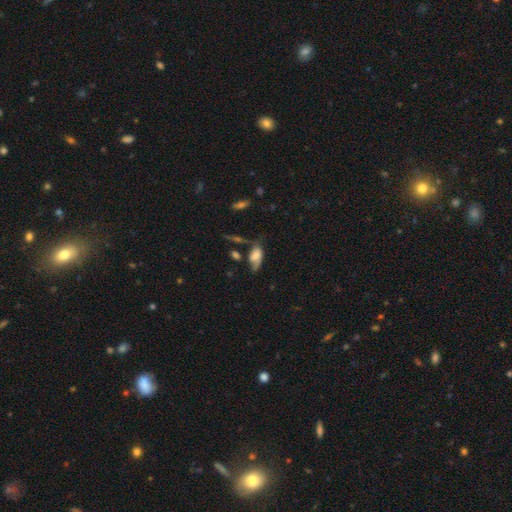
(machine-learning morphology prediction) The model was most divided on "merging": none: 39%, minor disturbance: 31%, major disturbance: 20%, merger: 10%. More confident: how rounded — in between (88%); smooth or featured — smooth (59%).